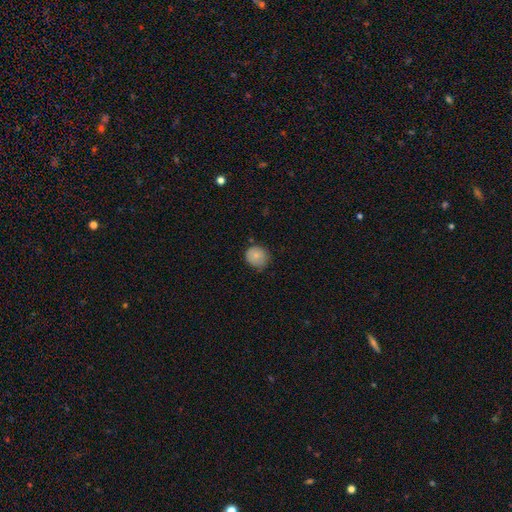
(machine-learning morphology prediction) This is likely a smooth galaxy (80%). How rounded: clearly round (84%). Merging: likely none (68%).